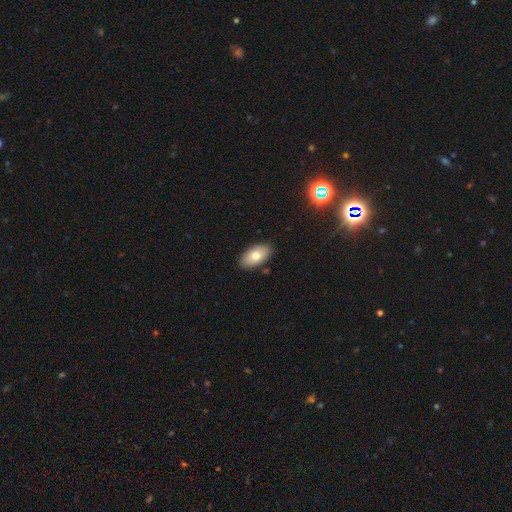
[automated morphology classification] smooth 76%, featured or disk 17%, star or artifact 7%. Down the decision tree: how rounded — in between (94%); merging — none (87%).